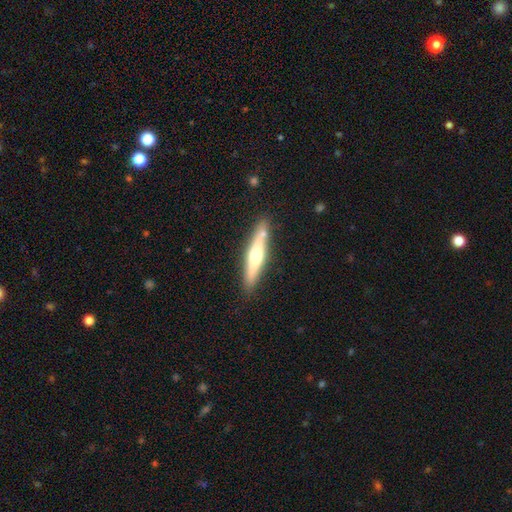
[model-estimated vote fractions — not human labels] A featured or disk galaxy (55%) viewed edge-on (93%) with a rounded central bulge (89%). Merging: none (80%).